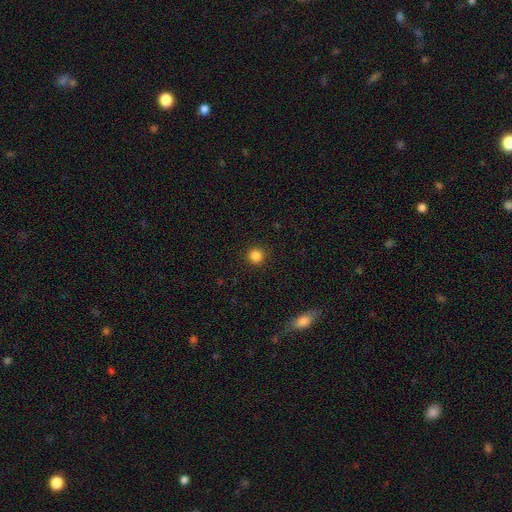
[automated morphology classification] smooth 85%, star or artifact 12%, featured or disk 3%. Down the decision tree: how rounded — round (94%); merging — none (92%).